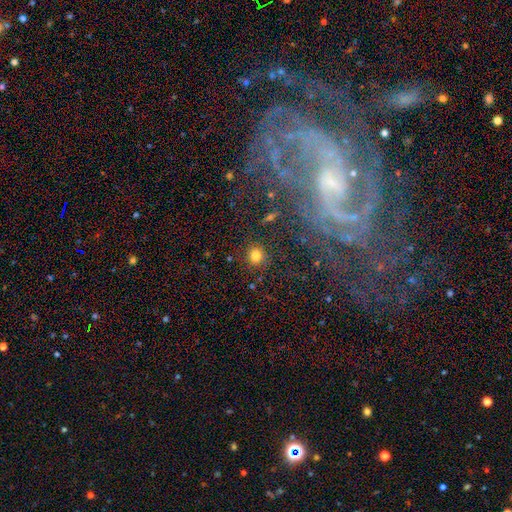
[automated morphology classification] smooth-or-featured: smooth: 79% | star or artifact: 14% | featured or disk: 7%
  how-rounded: round: 88% | in between: 11% | cigar-shaped: 1%
  merging: none: 86% | minor disturbance: 8% | major disturbance: 3% | merger: 3%